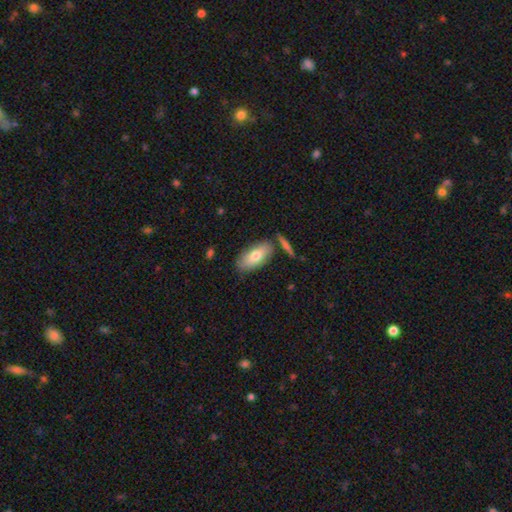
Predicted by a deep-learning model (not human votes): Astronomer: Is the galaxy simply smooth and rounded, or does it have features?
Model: smooth — 74%.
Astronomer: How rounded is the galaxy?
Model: in between — 88%.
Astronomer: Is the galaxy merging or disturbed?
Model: none — 75%.